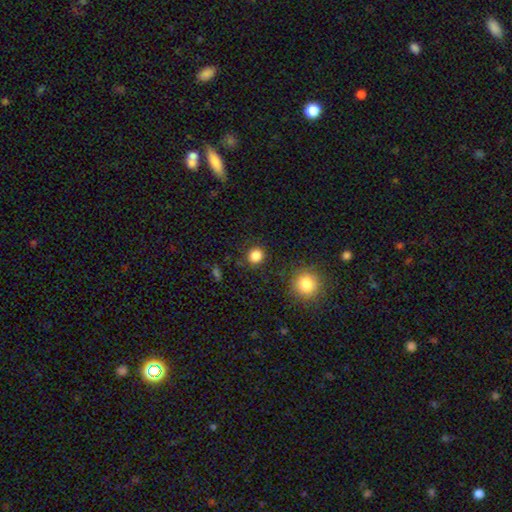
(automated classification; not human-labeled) Smooth or featured? smooth (84%)
How rounded? round (88%)
Merging? none (88%)